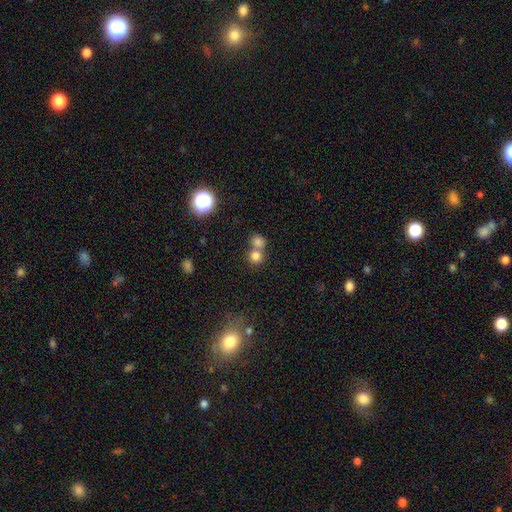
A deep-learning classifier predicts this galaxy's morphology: A smooth galaxy with no disk features (78%) that is round (86%). Merging: merger (46%).